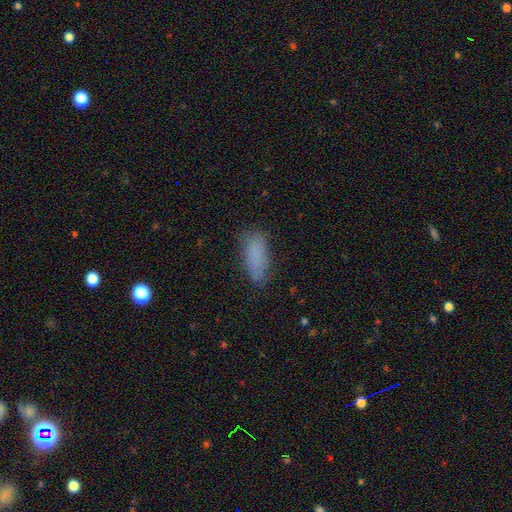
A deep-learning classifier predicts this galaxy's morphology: type=smooth (83%); roundness=in between (76%); merging=none (75%).